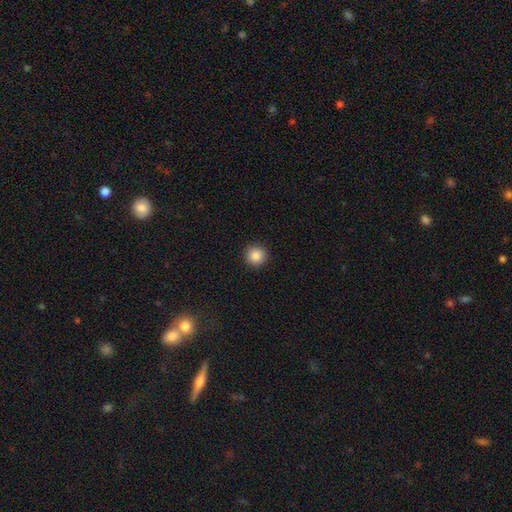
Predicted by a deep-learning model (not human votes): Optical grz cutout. It shows a smooth galaxy with no disk features (87%) that is round (95%). Merging: none (92%).